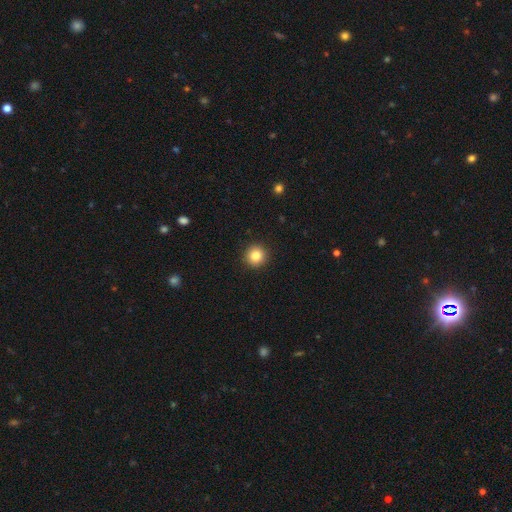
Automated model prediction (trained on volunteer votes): The model was most divided on "smooth or featured": smooth: 84%, star or artifact: 10%, featured or disk: 6%. More confident: how rounded — round (95%); merging — none (93%).